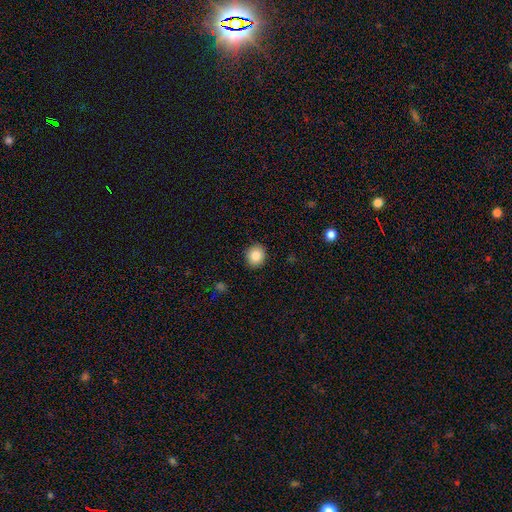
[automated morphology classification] Overall: smooth (86%). How rounded: round (81%). Merging: none (91%).